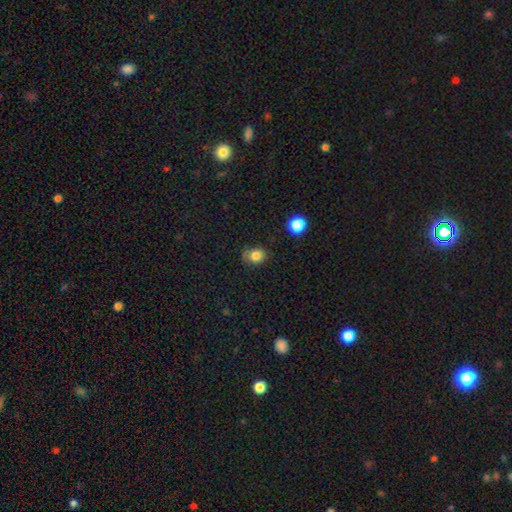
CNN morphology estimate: smooth 81%, star or artifact 12%, featured or disk 7%. Down the decision tree: how rounded — round (73%); merging — none (74%).